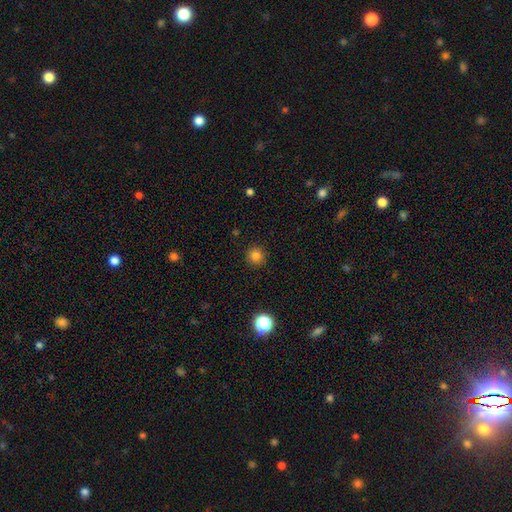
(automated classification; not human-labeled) smooth_or_featured: smooth (p=0.82) [alt: star or artifact p=0.13]
how_rounded: round (p=0.95) [alt: in between p=0.04]
merging: none (p=0.91) [alt: minor disturbance p=0.06]